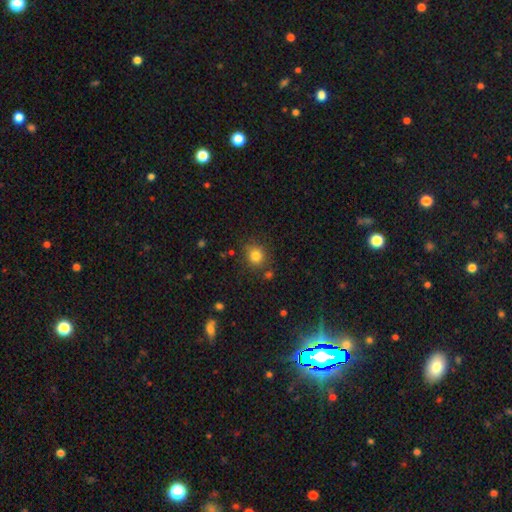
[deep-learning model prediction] This is clearly a smooth galaxy (82%). How rounded: clearly round (85%). Merging: clearly none (80%).